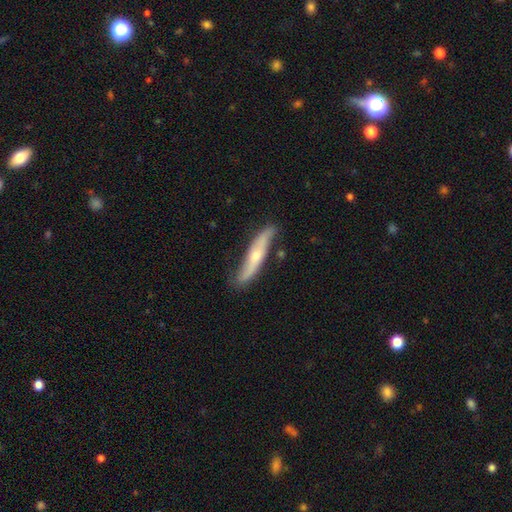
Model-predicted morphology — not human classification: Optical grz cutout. It shows a featured or disk galaxy (61%) viewed edge-on (57%). Merging: none (70%).